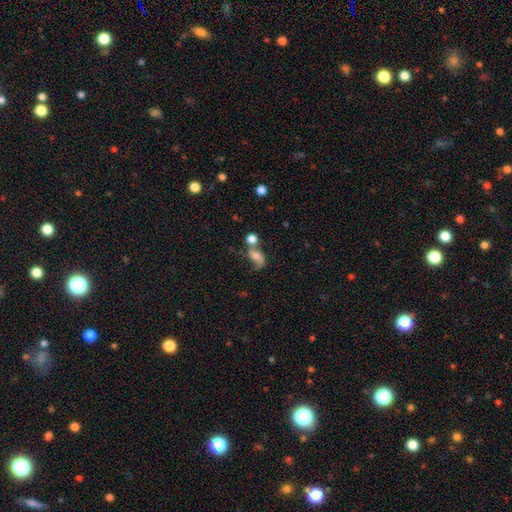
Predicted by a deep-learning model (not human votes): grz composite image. It shows a featured or disk galaxy (45%). Merging: merger (40%).